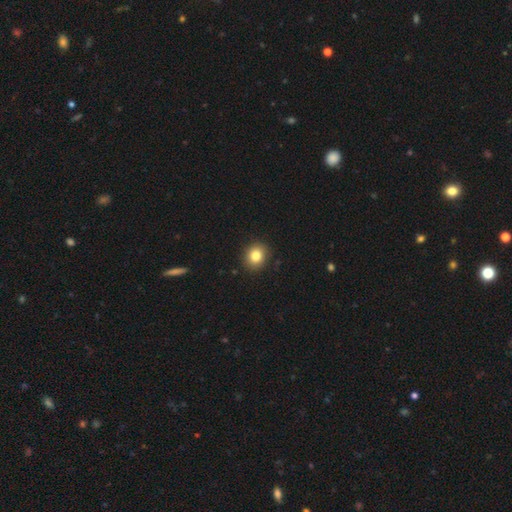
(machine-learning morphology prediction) This is clearly a smooth galaxy (83%). How rounded: likely round (72%). Merging: clearly none (90%).